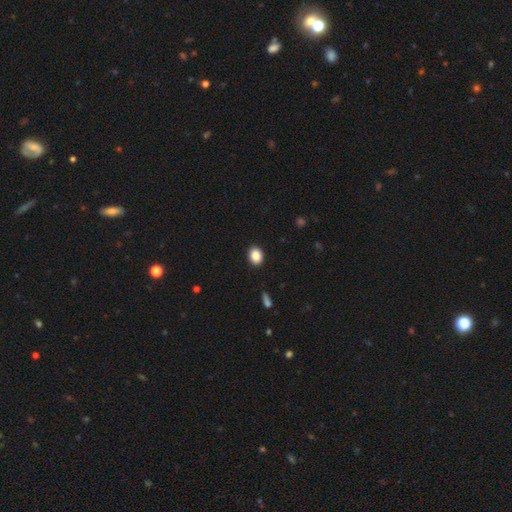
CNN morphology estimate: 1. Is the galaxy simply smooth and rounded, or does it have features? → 88% smooth, 8% star or artifact, 3% featured or disk.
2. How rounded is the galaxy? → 58% in between, 41% round, 1% cigar-shaped.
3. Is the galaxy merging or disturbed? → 90% none, 7% minor disturbance, 2% major disturbance, 1% merger.